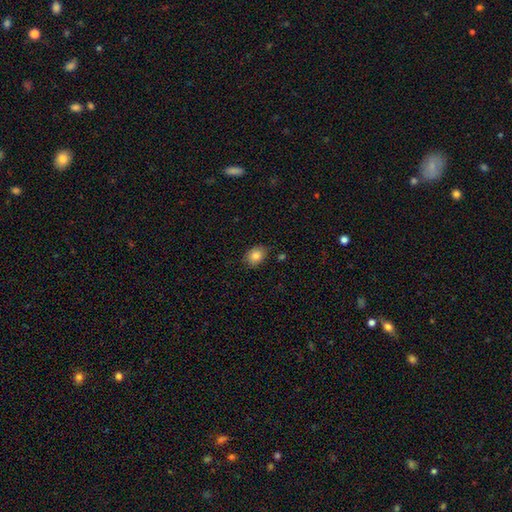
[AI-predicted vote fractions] A smooth galaxy with no disk features (84%) that is in between round and cigar-shaped (63%). Merging: none (81%).